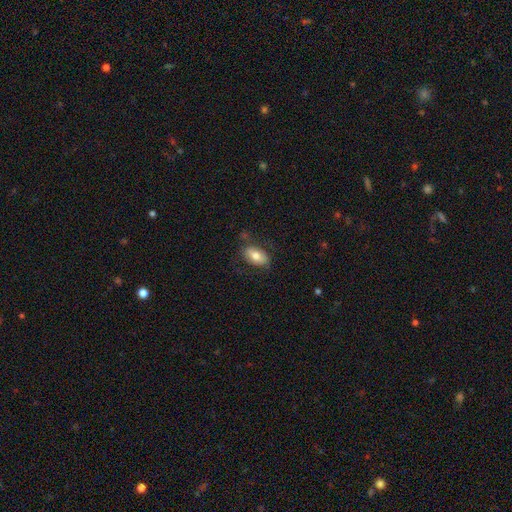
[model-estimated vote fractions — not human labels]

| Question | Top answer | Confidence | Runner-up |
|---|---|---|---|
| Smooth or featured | smooth | 72% | featured or disk (21%) |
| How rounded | in between | 92% | round (6%) |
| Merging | none | 73% | minor disturbance (18%) |